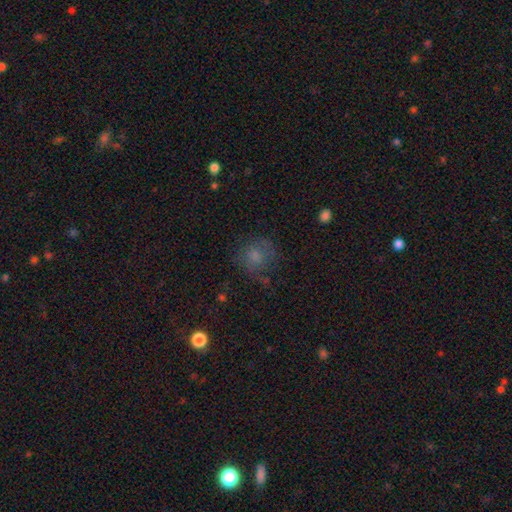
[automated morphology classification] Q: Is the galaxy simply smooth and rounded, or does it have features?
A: smooth — 66%.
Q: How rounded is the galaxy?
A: round — 83%.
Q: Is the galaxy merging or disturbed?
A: none — 61%.